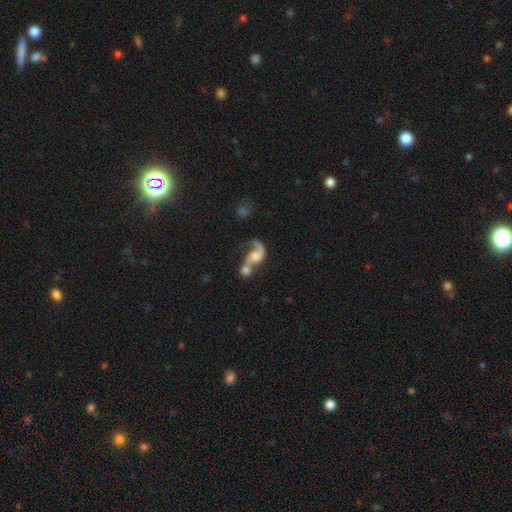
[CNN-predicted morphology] This appears to be a featured or disk galaxy (62%) with no bar (70%), spiral arms (82%) and a moderate central bulge (32%). Merging: merger (66%).